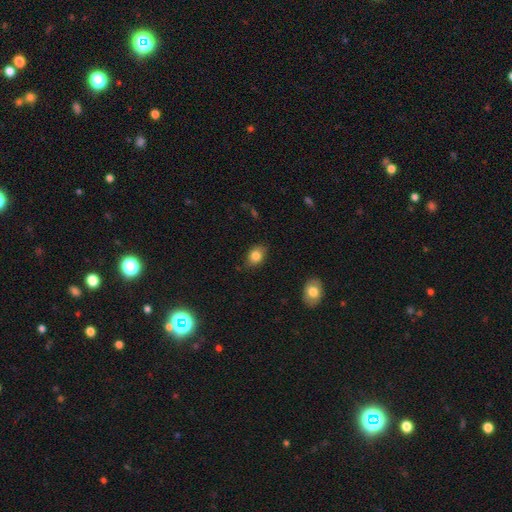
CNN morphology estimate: This is clearly a smooth galaxy (83%). How rounded: likely in between (71%). Merging: clearly none (80%).